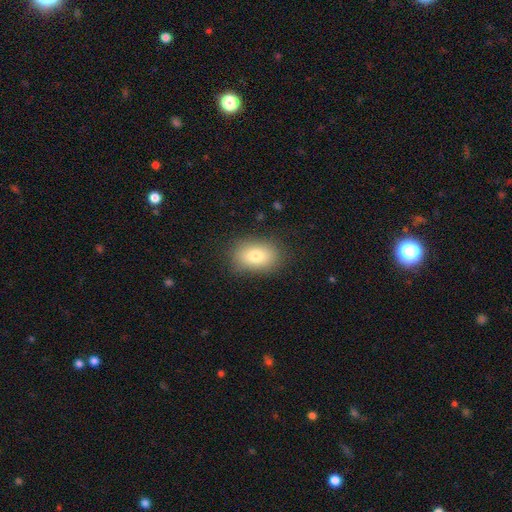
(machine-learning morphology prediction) Smooth or featured? Predicted: smooth (p=0.79). How rounded? Predicted: in between (p=0.81). Merging? Predicted: none (p=0.84).